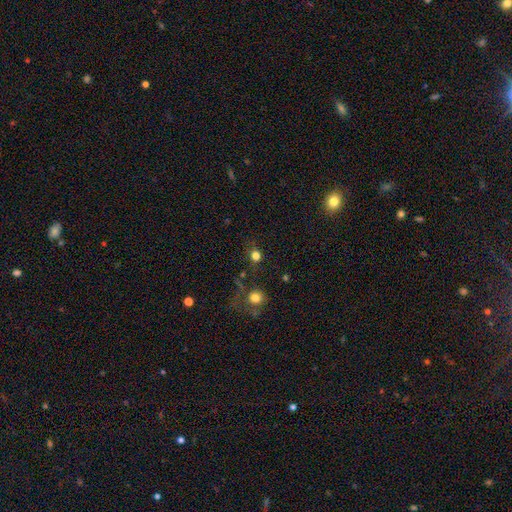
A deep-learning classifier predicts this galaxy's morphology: A smooth galaxy with no disk features (74%) that is round (83%). Merging: none (73%).